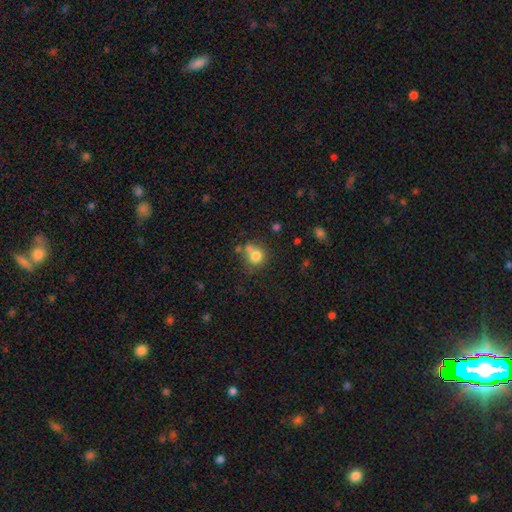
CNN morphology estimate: Overall: smooth (78%). How rounded: round (82%). Merging: none (52%; merger 25%).